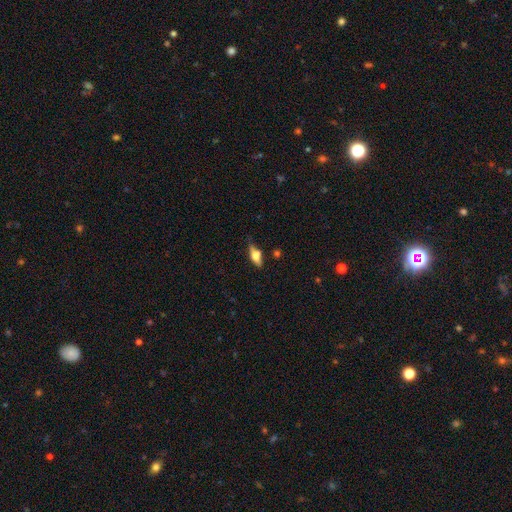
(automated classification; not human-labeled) Smooth or featured: smooth — 51% (featured or disk — 41%)
How rounded: in between — 61% (cigar-shaped — 34%)
Merging: none — 63% (minor disturbance — 24%)